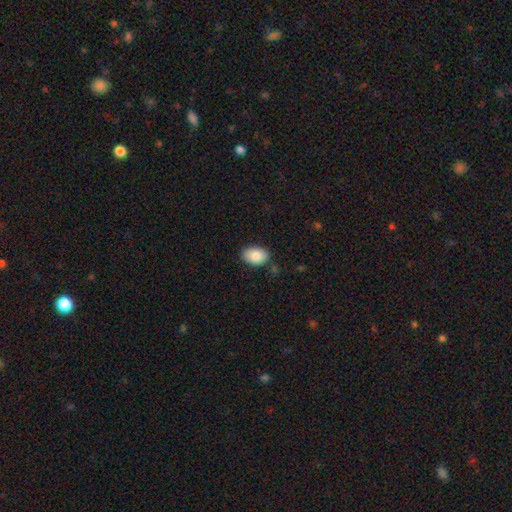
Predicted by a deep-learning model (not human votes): Smooth or featured: smooth — 86% (featured or disk — 7%)
How rounded: in between — 87% (round — 12%)
Merging: none — 83% (minor disturbance — 13%)